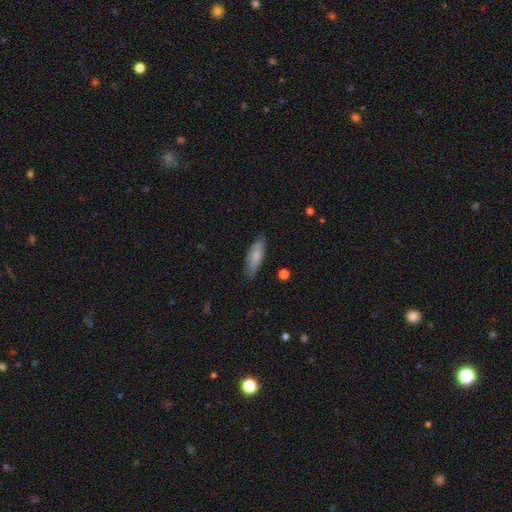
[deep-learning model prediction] Smooth or featured?
  - smooth: 75% *
  - featured or disk: 19%
  - star or artifact: 6%
How rounded?
  - in between: 51% *
  - cigar-shaped: 47%
  - round: 2%
Merging?
  - none: 82% *
  - minor disturbance: 14%
  - major disturbance: 2%
  - merger: 1%